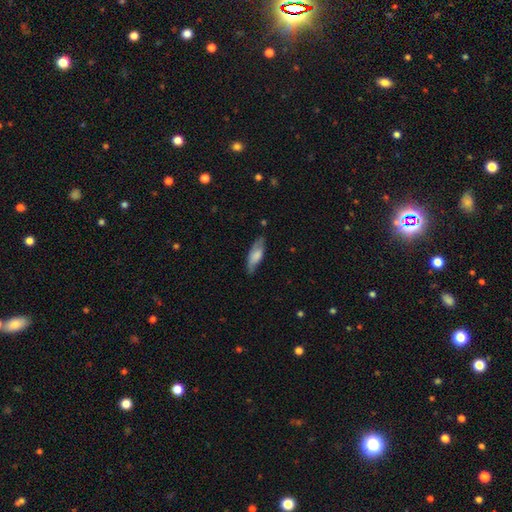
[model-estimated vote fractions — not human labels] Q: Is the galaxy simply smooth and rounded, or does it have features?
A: smooth — 67%.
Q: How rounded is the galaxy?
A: in between — 59%.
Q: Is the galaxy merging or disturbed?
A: none — 70%.